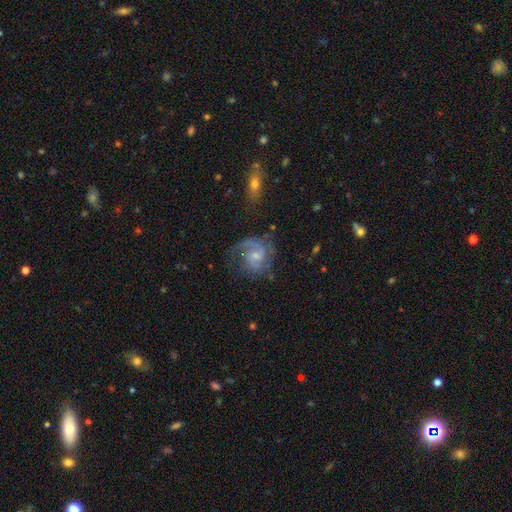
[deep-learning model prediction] A featured or disk galaxy (83%) with a weak bar (47%), 2 (66%) medium (49%) spiral arms (96%) and a small central bulge (49%).

Vote fractions:
- Smooth or featured? featured or disk: 83% / smooth: 11% / star or artifact: 6%
- Edge-on disk? no: 98% / yes: 2%
- Bar? weak: 47% / no: 46% / strong: 7%
- Spiral arms? yes: 96% / no: 4%
- Spiral winding? medium: 49% / tight: 33% / loose: 18%
- Spiral arm count? 2: 66% / 1: 16% / can't tell: 9% / 3: 5% / 4: 2% / more than 4: 2%
- Bulge size? small: 49% / moderate: 38% / none: 8% / large: 3% / dominant: 1%
- Merging? none: 63% / minor disturbance: 20% / major disturbance: 15% / merger: 2%